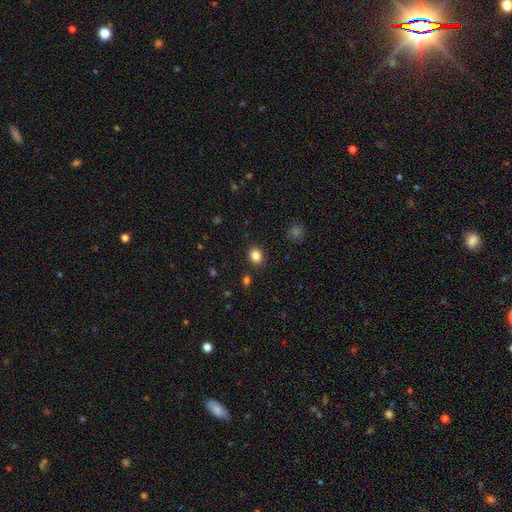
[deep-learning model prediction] smooth-or-featured: smooth: 85% | star or artifact: 11% | featured or disk: 4%
  how-rounded: in between: 50% | round: 49% | cigar-shaped: 1%
  merging: none: 87% | minor disturbance: 8% | major disturbance: 3% | merger: 2%